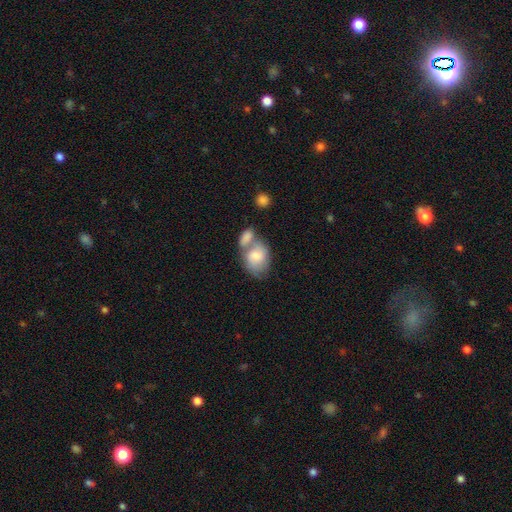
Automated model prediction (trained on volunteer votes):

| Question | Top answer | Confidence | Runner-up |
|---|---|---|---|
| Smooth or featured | smooth | 68% | featured or disk (26%) |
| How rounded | in between | 75% | round (24%) |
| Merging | merger | 57% | none (23%) |